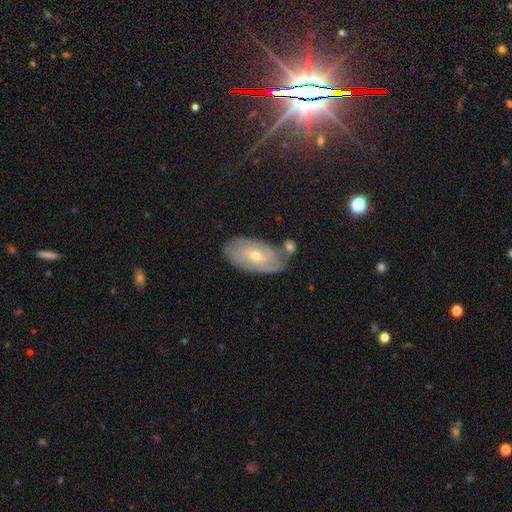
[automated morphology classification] Q: Smooth or featured?
A: featured or disk (73%); runner-up: smooth (19%)
Q: Edge-on disk?
A: no (93%); runner-up: yes (7%)
Q: Bar?
A: no (59%); runner-up: weak (33%)
Q: Spiral arms?
A: yes (88%); runner-up: no (12%)
Q: Spiral winding?
A: tight (68%); runner-up: medium (24%)
Q: Spiral arm count?
A: can't tell (41%); runner-up: 2 (33%)
Q: Bulge size?
A: small (55%); runner-up: moderate (43%)
Q: Merging?
A: none (63%); runner-up: minor disturbance (20%)